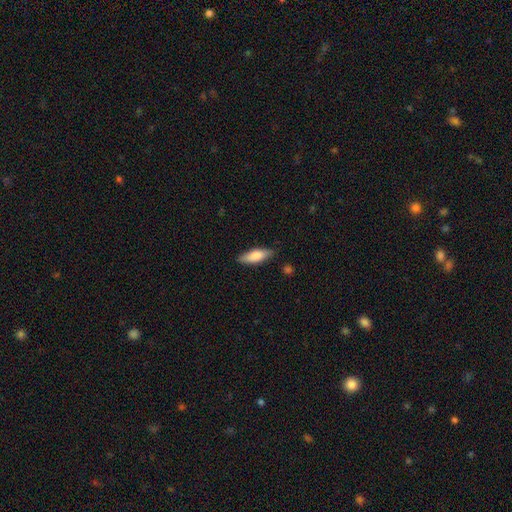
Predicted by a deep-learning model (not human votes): smooth-or-featured: smooth: 77% | featured or disk: 18% | star or artifact: 6%
  how-rounded: in between: 56% | cigar-shaped: 42% | round: 2%
  merging: none: 83% | minor disturbance: 13% | major disturbance: 2% | merger: 1%